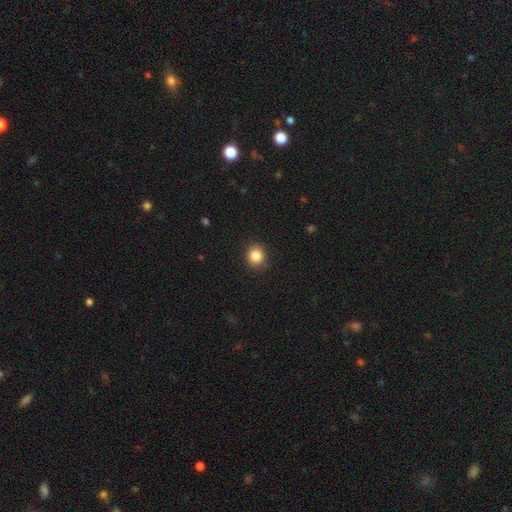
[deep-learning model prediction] Q: Smooth or featured?
A: smooth (85%); runner-up: star or artifact (10%)
Q: How rounded?
A: round (79%); runner-up: in between (20%)
Q: Merging?
A: none (88%); runner-up: minor disturbance (9%)